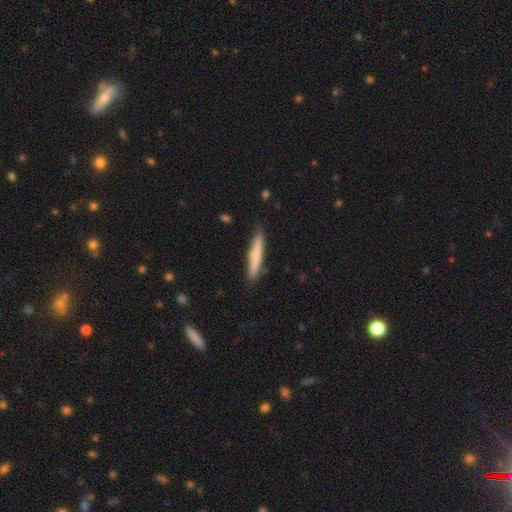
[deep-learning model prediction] This appears to be a smooth galaxy with no disk features (75%) that is cigar-shaped (93%). Merging: none (88%).